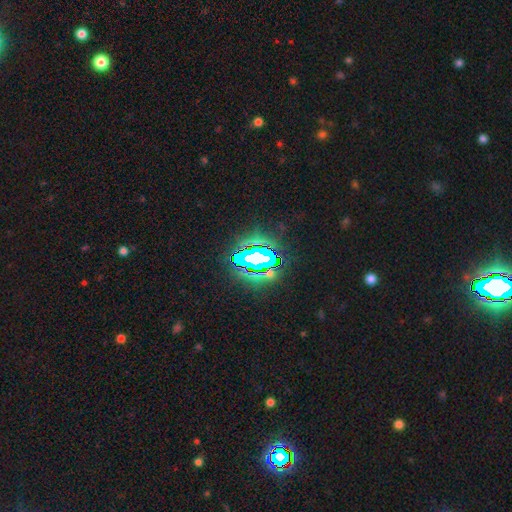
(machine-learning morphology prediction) The model was most divided on "smooth or featured": star or artifact: 82%, smooth: 11%, featured or disk: 7%.